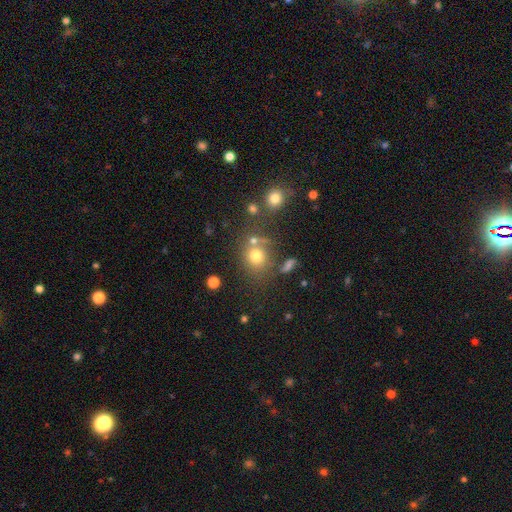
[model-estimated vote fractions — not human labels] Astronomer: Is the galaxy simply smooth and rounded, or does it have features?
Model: smooth — 72%.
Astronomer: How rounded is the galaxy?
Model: round — 77%.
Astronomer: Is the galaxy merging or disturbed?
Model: none — 62%.